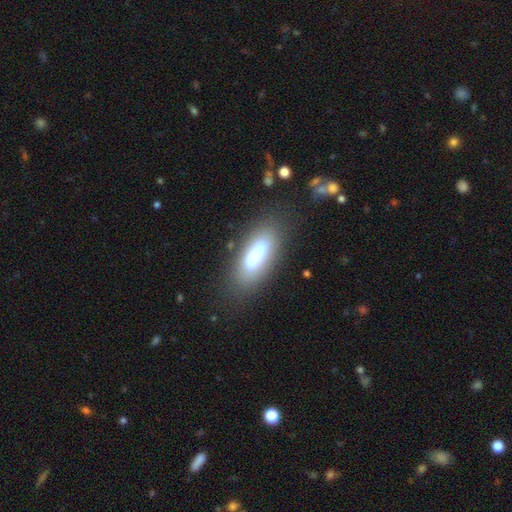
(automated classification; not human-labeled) A smooth galaxy with no disk features (69%) that is in between round and cigar-shaped (70%).

Vote fractions:
- Smooth or featured? smooth: 69% / featured or disk: 22% / star or artifact: 9%
- How rounded? in between: 70% / cigar-shaped: 27% / round: 2%
- Merging? none: 78% / minor disturbance: 13% / major disturbance: 7% / merger: 2%